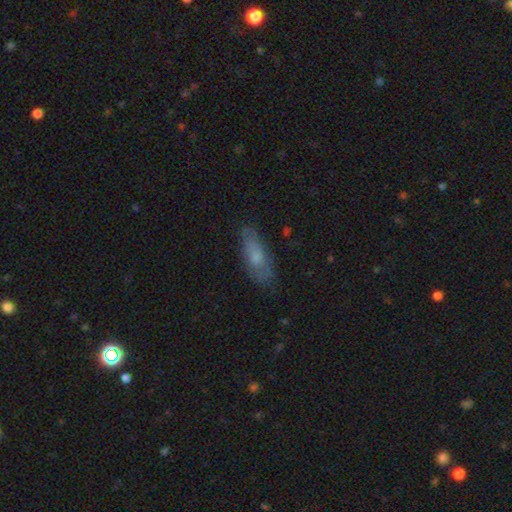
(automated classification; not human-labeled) A smooth galaxy with no disk features (62%) that is in between round and cigar-shaped (64%). Merging: none (73%).